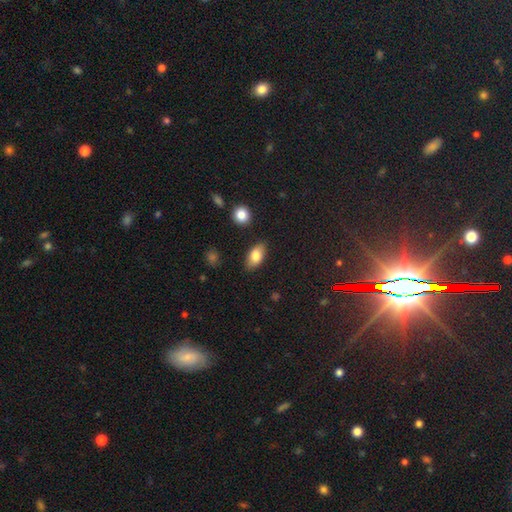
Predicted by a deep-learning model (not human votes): Smooth or featured? Predicted: smooth (p=0.80). How rounded? Predicted: in between (p=0.89). Merging? Predicted: none (p=0.84).